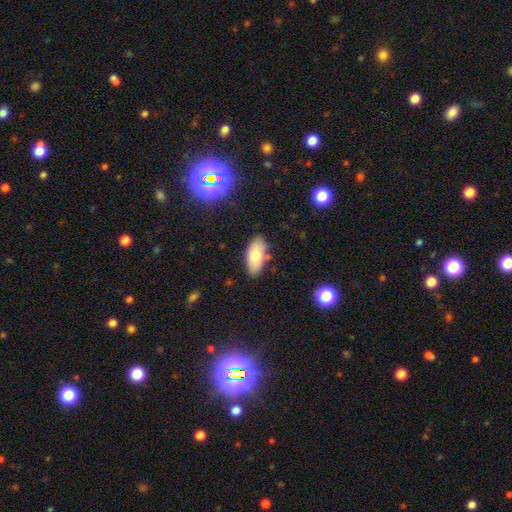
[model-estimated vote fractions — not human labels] Smooth or featured? Predicted: smooth (p=0.77). How rounded? Predicted: in between (p=0.92). Merging? Predicted: none (p=0.77).